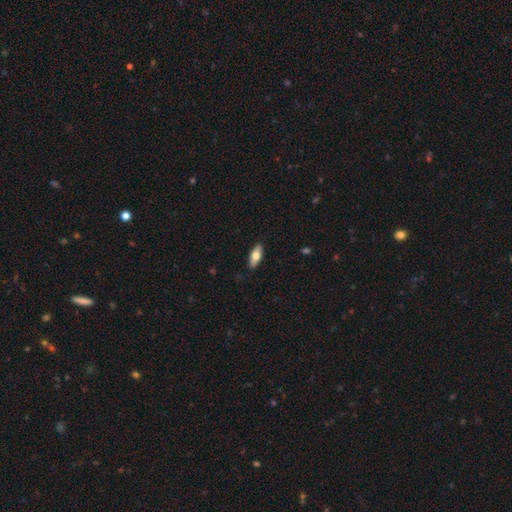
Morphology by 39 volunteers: Smooth or featured? smooth (67%)
How rounded? in between (73%)
Merging? none (89%)